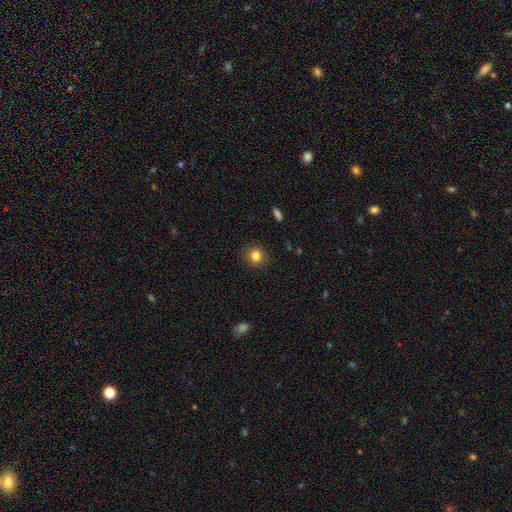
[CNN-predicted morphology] The model was most divided on "how rounded": round: 85%, in between: 14%, cigar-shaped: 1%. More confident: merging — none (89%); smooth or featured — smooth (83%).